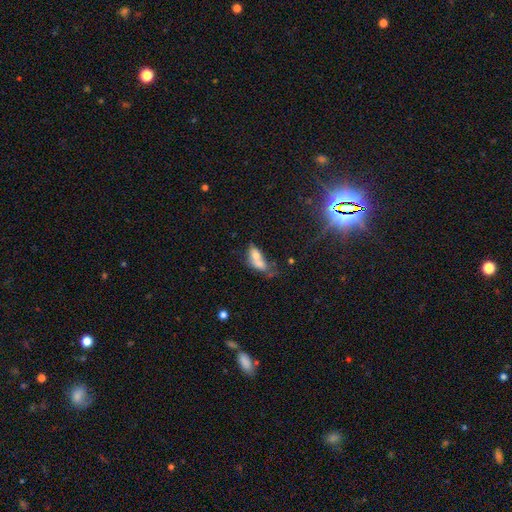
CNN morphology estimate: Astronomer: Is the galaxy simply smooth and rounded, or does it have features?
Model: smooth — 62%.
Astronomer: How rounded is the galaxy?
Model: in between — 79%.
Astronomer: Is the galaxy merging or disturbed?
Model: merger — 54%.